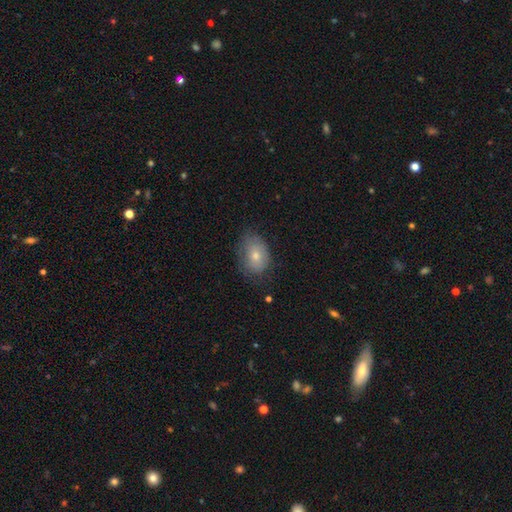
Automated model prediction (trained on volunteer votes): This appears to be a smooth galaxy with no disk features (70%) that is in between round and cigar-shaped (71%). Merging: none (63%).